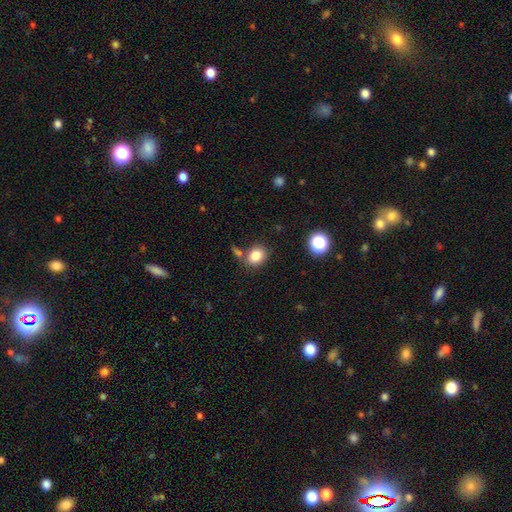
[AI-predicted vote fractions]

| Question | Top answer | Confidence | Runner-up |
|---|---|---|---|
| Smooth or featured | smooth | 83% | star or artifact (11%) |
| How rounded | round | 58% | in between (41%) |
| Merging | none | 71% | merger (13%) |